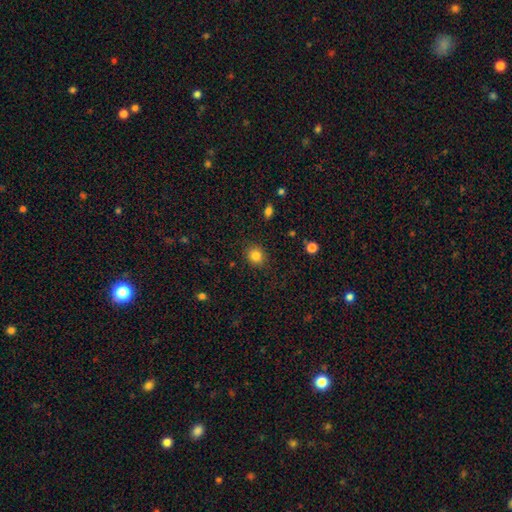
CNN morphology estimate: Q: Smooth or featured?
A: smooth (84%); runner-up: star or artifact (11%)
Q: How rounded?
A: round (78%); runner-up: in between (21%)
Q: Merging?
A: none (89%); runner-up: minor disturbance (8%)